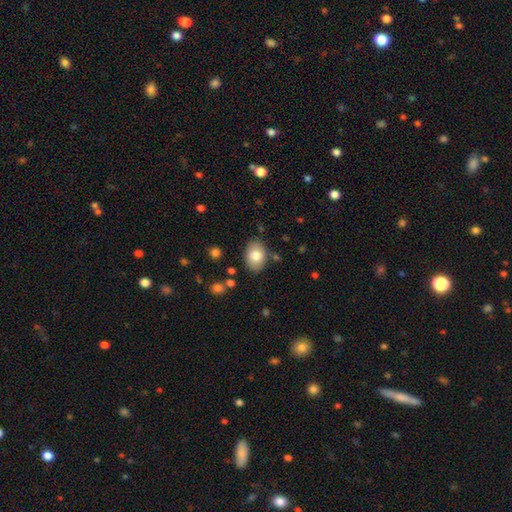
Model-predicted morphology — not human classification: type=smooth (78%); roundness=in between (79%); merging=none (82%).